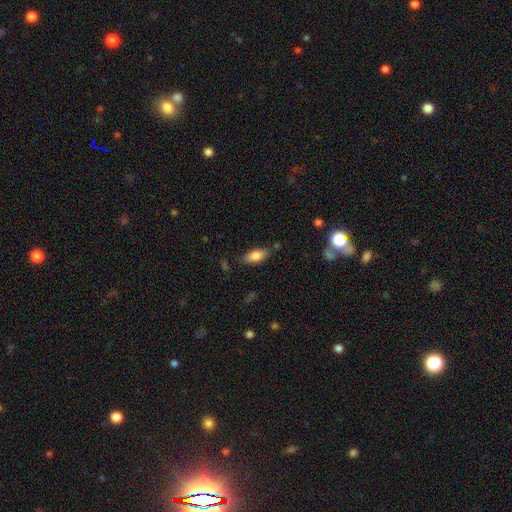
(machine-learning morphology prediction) This appears to be a smooth galaxy with no disk features (77%) that is in between round and cigar-shaped (76%). Merging: none (77%).